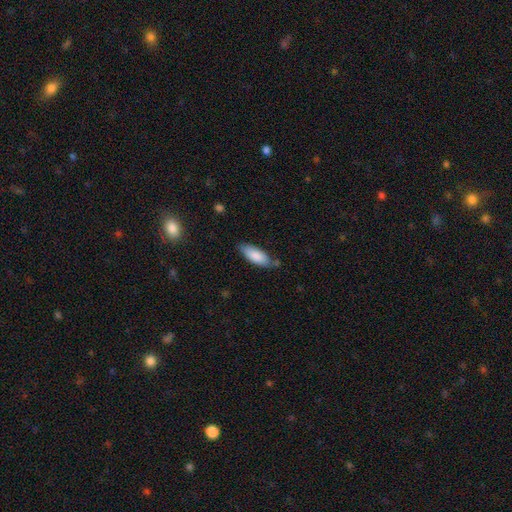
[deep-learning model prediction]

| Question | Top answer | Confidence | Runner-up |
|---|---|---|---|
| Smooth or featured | smooth | 84% | featured or disk (10%) |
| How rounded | in between | 74% | cigar-shaped (25%) |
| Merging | none | 68% | minor disturbance (23%) |